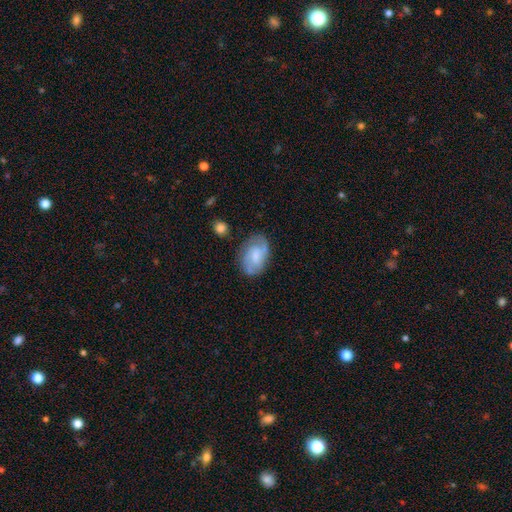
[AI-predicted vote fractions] Smooth or featured: featured or disk — 54% (smooth — 39%)
Edge-on disk: no — 97% (yes — 3%)
Bar: no — 54% (weak — 40%)
Spiral arms: yes — 83% (no — 17%)
Bulge size: small — 39% (moderate — 36%)
Merging: none — 68% (minor disturbance — 22%)